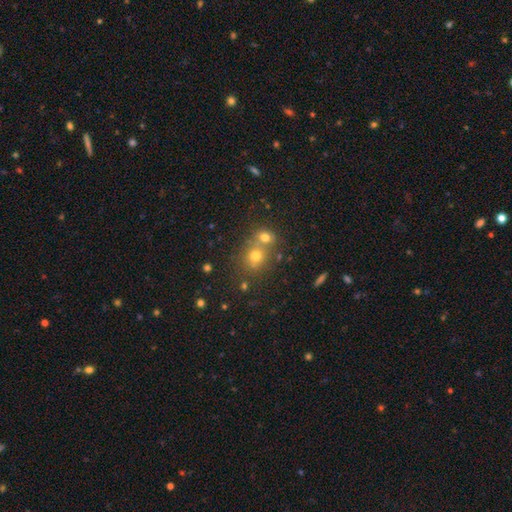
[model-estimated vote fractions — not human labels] Q: Smooth or featured?
A: smooth (65%); runner-up: star or artifact (21%)
Q: How rounded?
A: round (77%); runner-up: in between (22%)
Q: Merging?
A: none (45%); tied with: merger (45%)